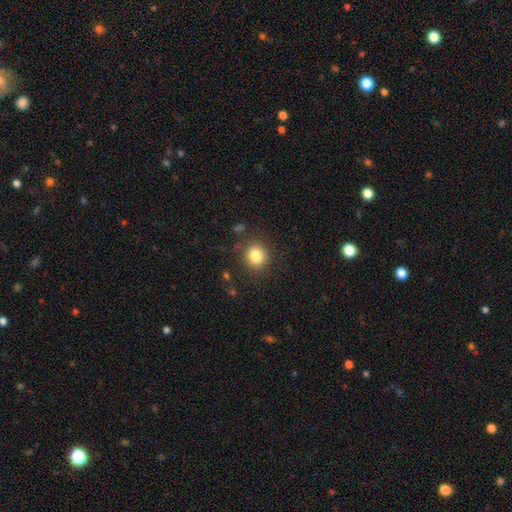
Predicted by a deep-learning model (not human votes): smooth_or_featured: smooth (p=0.82) [alt: star or artifact p=0.11]
how_rounded: round (p=0.86) [alt: in between p=0.13]
merging: none (p=0.85) [alt: minor disturbance p=0.09]